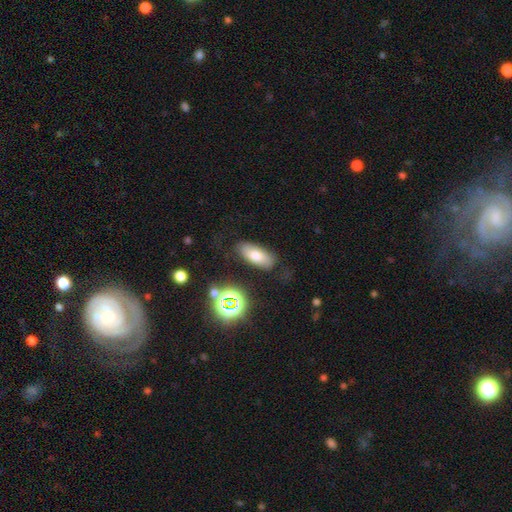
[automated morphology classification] This appears to be a smooth galaxy with no disk features (69%) that is in between round and cigar-shaped (80%). Merging: none (78%).